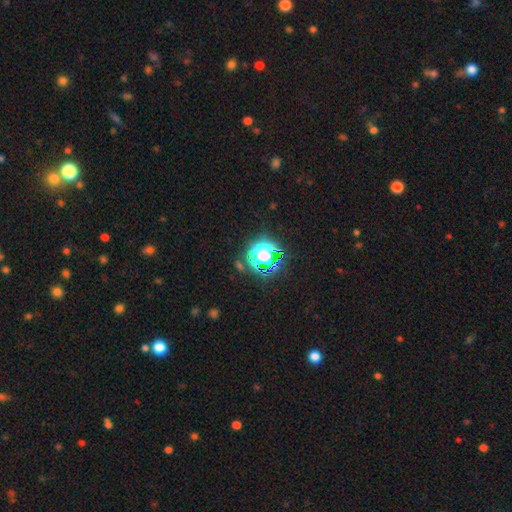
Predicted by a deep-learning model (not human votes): star or artifact 48%, smooth 37%, featured or disk 15%.